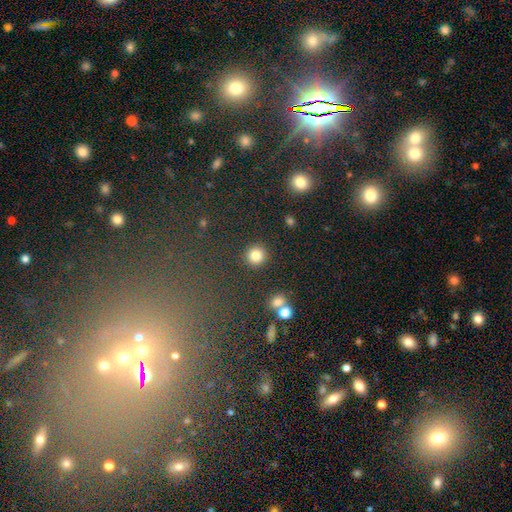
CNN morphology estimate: This appears to be a smooth galaxy with no disk features (83%) that is round (92%). Merging: none (88%).